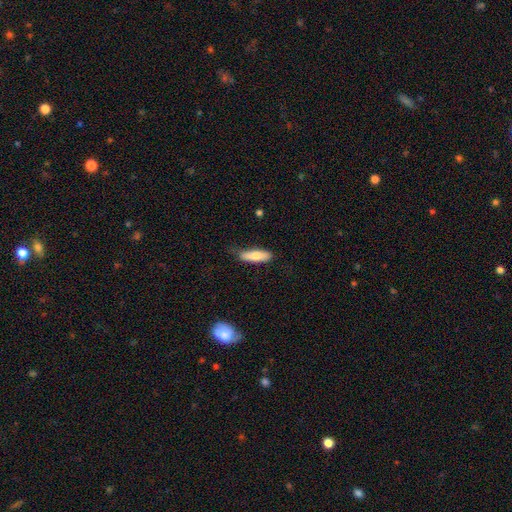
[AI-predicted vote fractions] smooth-or-featured: smooth: 74% | featured or disk: 20% | star or artifact: 6%
  how-rounded: cigar-shaped: 51% | in between: 47% | round: 2%
  merging: none: 70% | minor disturbance: 24% | major disturbance: 5% | merger: 2%